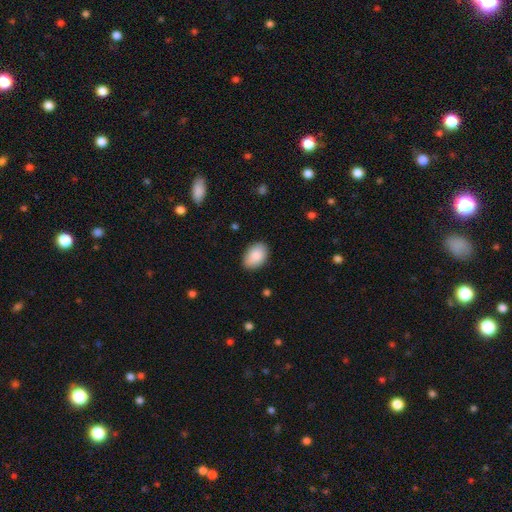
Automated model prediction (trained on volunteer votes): Smooth or featured: smooth — 88% (star or artifact — 6%)
How rounded: in between — 90% (round — 9%)
Merging: none — 85% (minor disturbance — 11%)